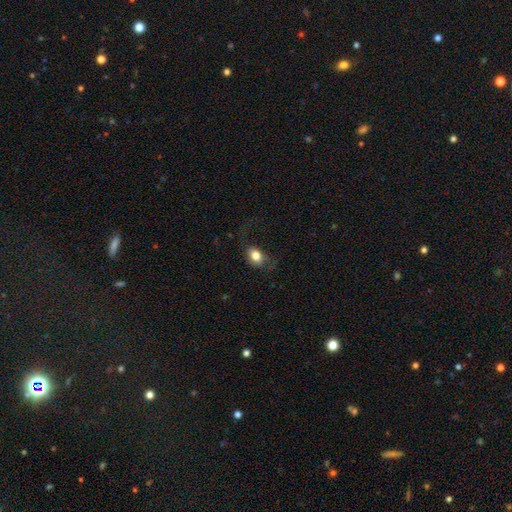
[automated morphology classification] Smooth or featured?
  - smooth: 78% *
  - featured or disk: 13%
  - star or artifact: 9%
How rounded?
  - in between: 61% *
  - round: 38%
  - cigar-shaped: 1%
Merging?
  - none: 55% *
  - minor disturbance: 22%
  - major disturbance: 21%
  - merger: 2%